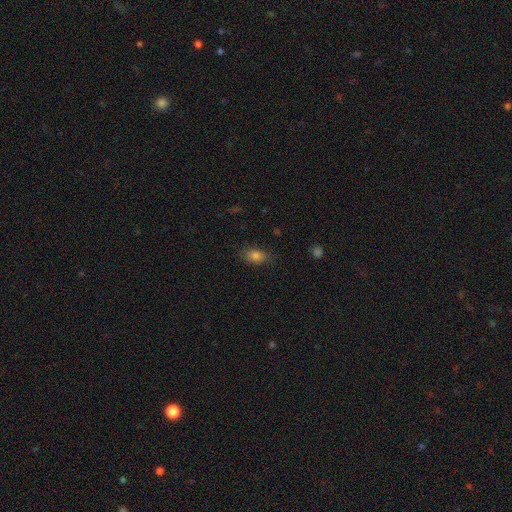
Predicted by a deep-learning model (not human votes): smooth-or-featured: smooth: 81% | star or artifact: 12% | featured or disk: 7%
  how-rounded: in between: 81% | round: 15% | cigar-shaped: 3%
  merging: none: 78% | minor disturbance: 17% | major disturbance: 4% | merger: 1%